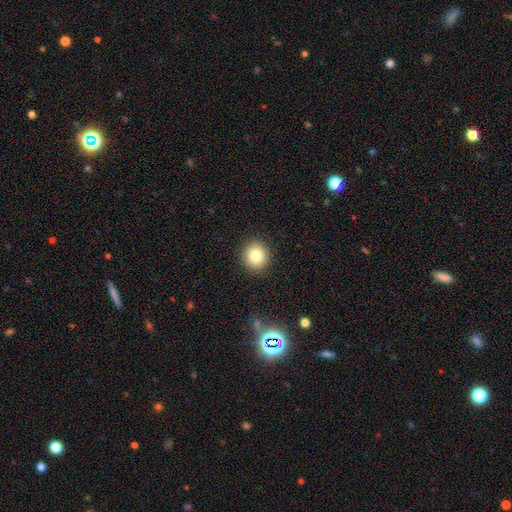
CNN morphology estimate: A smooth galaxy with no disk features (83%) that is round (87%).

Vote fractions:
- Smooth or featured? smooth: 83% / star or artifact: 10% / featured or disk: 7%
- How rounded? round: 87% / in between: 12% / cigar-shaped: 1%
- Merging? none: 91% / minor disturbance: 6% / major disturbance: 2% / merger: 1%